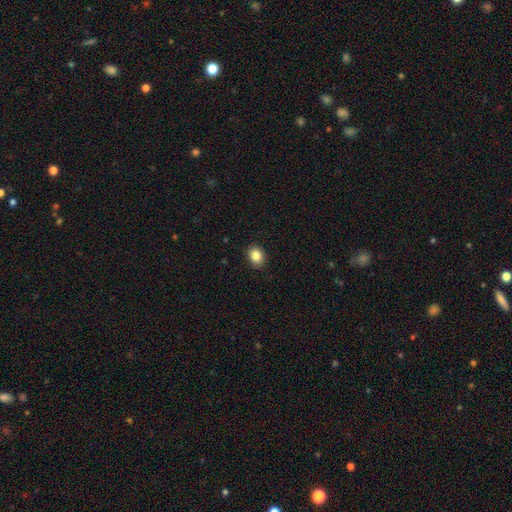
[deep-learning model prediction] Smooth or featured? smooth (86%)
How rounded? in between (51%)
Merging? none (90%)